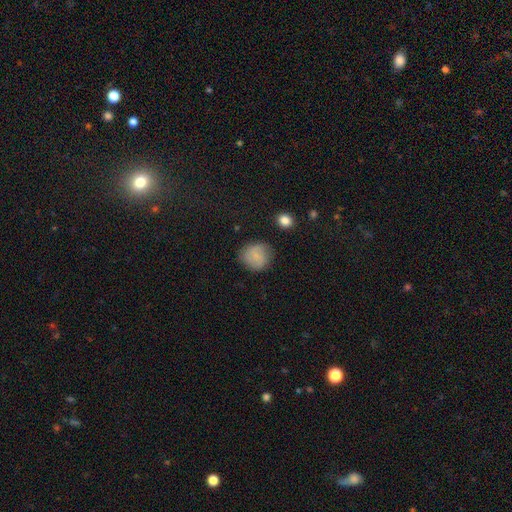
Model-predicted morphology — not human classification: The model was most divided on "smooth or featured": smooth: 69%, featured or disk: 21%, star or artifact: 10%. More confident: how rounded — round (80%); merging — none (75%).